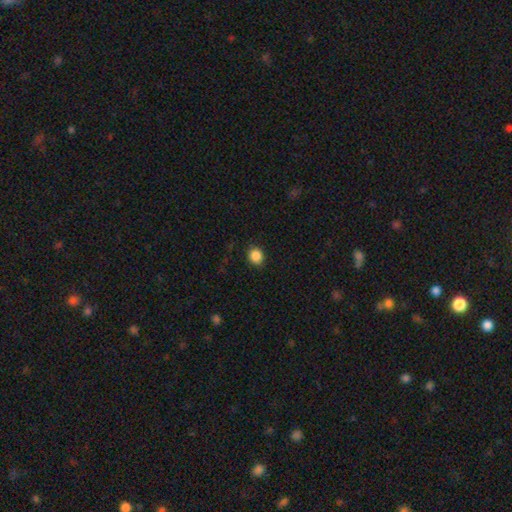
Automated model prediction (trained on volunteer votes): smooth-or-featured: smooth: 87% | star or artifact: 10% | featured or disk: 3%
  how-rounded: round: 78% | in between: 21% | cigar-shaped: 1%
  merging: none: 90% | minor disturbance: 7% | major disturbance: 2% | merger: 1%